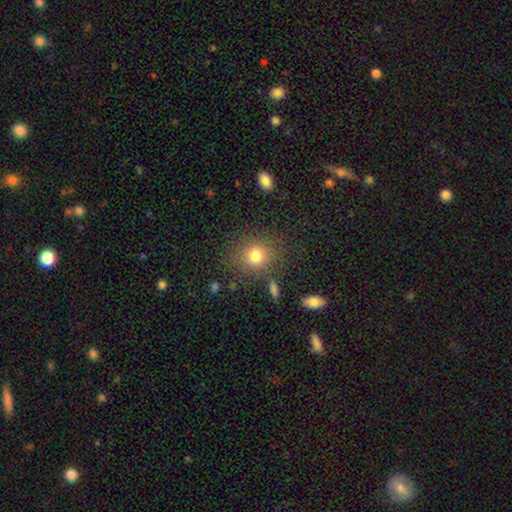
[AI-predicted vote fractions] A smooth galaxy with no disk features (79%) that is round (79%). Merging: none (82%).